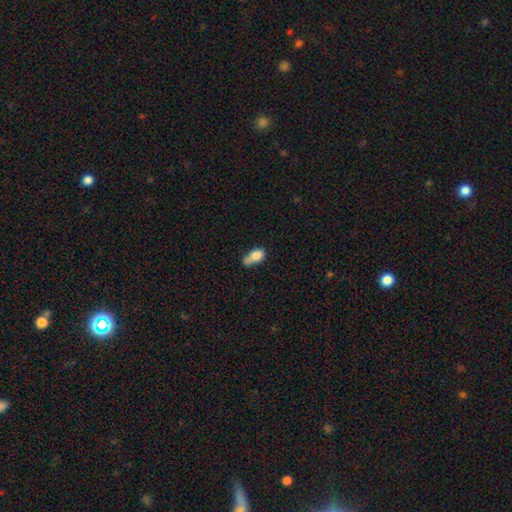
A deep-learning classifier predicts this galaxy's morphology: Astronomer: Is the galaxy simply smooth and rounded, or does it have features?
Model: smooth — 78%.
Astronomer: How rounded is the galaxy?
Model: in between — 80%.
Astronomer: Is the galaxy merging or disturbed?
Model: merger — 32% (runner-up: none, 29%).